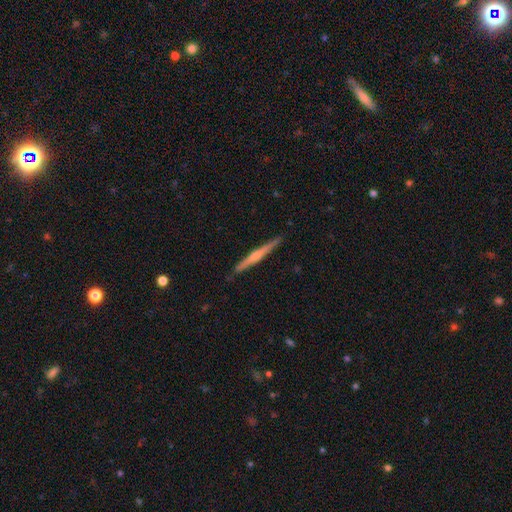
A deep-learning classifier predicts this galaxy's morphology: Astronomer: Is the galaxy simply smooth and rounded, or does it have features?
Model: featured or disk — 63%.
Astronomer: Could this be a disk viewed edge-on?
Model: yes — 98%.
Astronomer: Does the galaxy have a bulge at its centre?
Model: rounded — 67%.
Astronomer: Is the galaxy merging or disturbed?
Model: none — 90%.